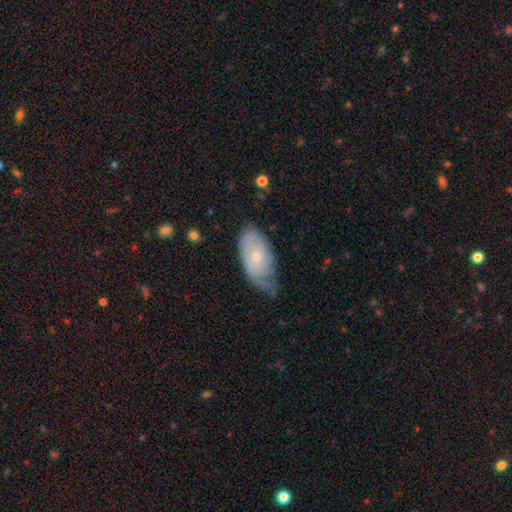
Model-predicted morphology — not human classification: smooth_or_featured: smooth (p=0.47) [tied with: featured or disk p=0.47]
merging: none (p=0.43) [alt: minor disturbance p=0.40]